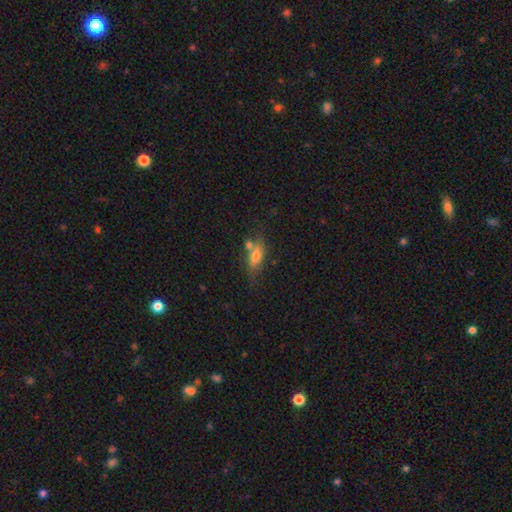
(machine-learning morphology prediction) This is likely a smooth galaxy (61%). How rounded: likely in between (65%). Merging: possibly none (54%).